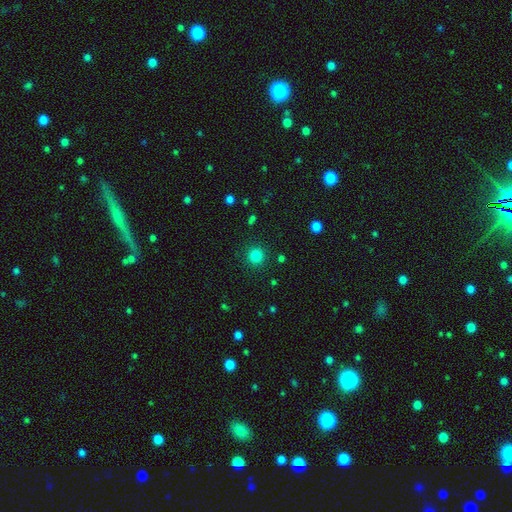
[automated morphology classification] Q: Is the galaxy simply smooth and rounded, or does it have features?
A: smooth — 82%.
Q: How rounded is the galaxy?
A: round — 93%.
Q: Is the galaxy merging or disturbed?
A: none — 91%.